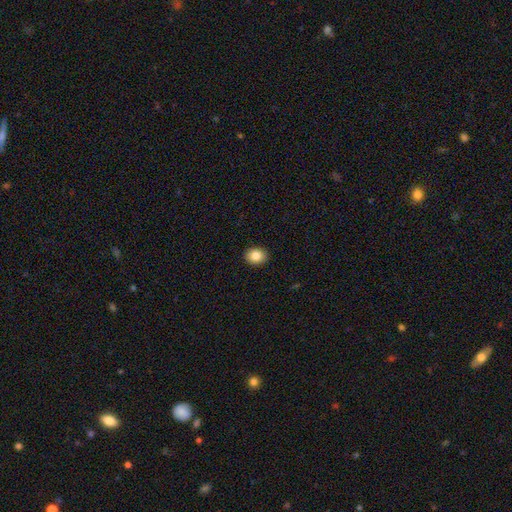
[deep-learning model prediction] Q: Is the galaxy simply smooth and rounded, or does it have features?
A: smooth — 87%.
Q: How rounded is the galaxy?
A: in between — 50%.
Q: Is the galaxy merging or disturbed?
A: none — 91%.